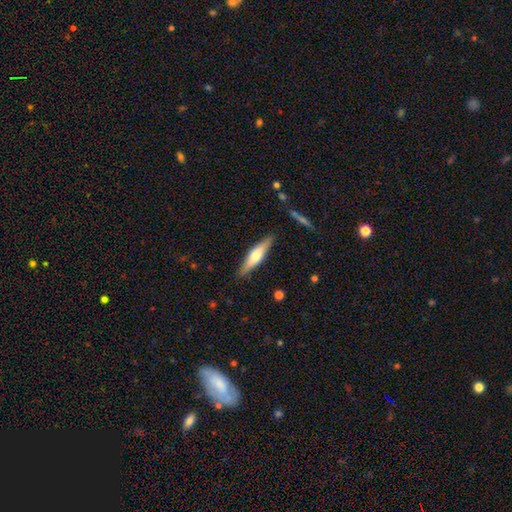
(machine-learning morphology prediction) A featured or disk galaxy (47%, tied with smooth).

Vote fractions:
- Smooth or featured? featured or disk: 47% (tied) / smooth: 47% (tied) / star or artifact: 6%
- Merging? none: 87% / minor disturbance: 9% / major disturbance: 2% / merger: 1%